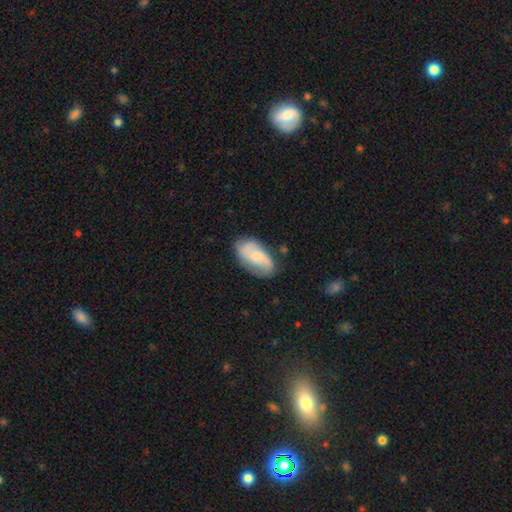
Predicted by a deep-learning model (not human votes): Smooth or featured? Predicted: featured or disk (p=0.52). Edge-on disk? Predicted: no (p=0.95). Merging? Predicted: none (p=0.70).